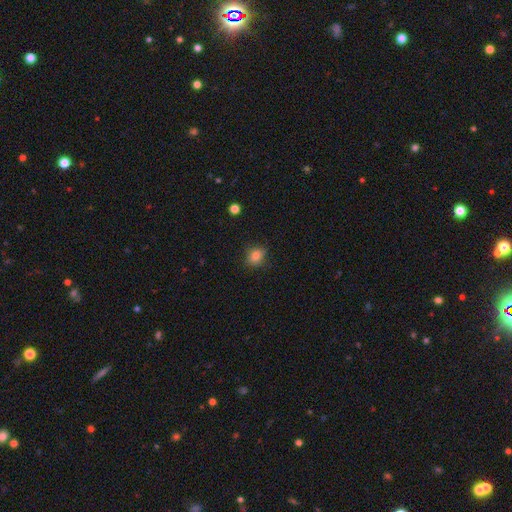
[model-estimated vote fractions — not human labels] Q: Smooth or featured?
A: smooth (83%); runner-up: star or artifact (11%)
Q: How rounded?
A: round (59%); runner-up: in between (39%)
Q: Merging?
A: none (80%); runner-up: minor disturbance (15%)